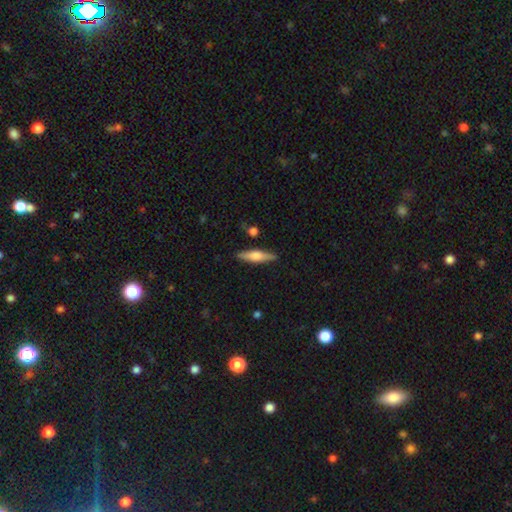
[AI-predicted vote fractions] Smooth or featured: featured or disk — 50% (smooth — 44%)
Merging: none — 87% (minor disturbance — 9%)